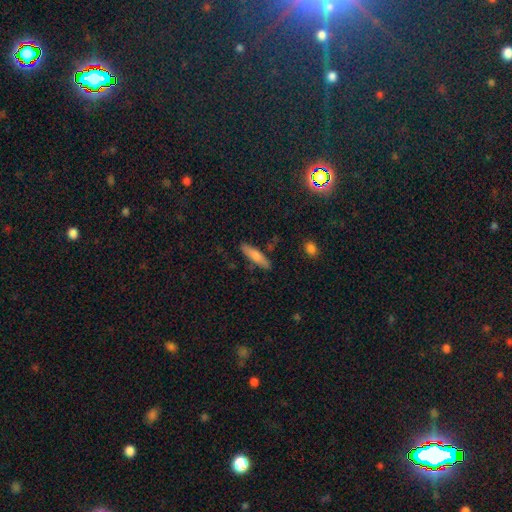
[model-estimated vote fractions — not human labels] This appears to be a smooth galaxy with no disk features (70%) that is cigar-shaped (75%). Merging: none (83%).